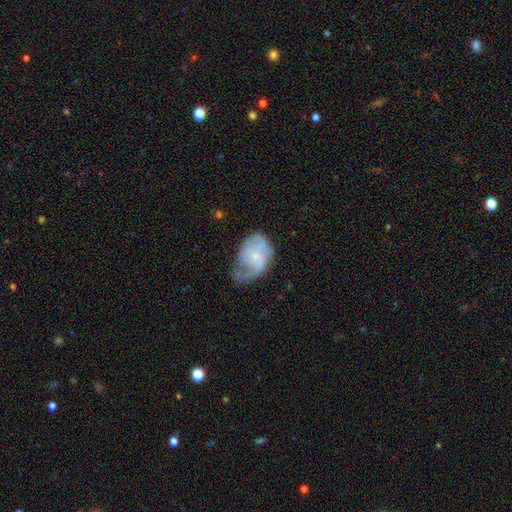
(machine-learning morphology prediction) A featured or disk galaxy (64%) with no bar (74%), spiral arms (77%) and a small central bulge (69%). Merging: none (34%, tied with minor disturbance).